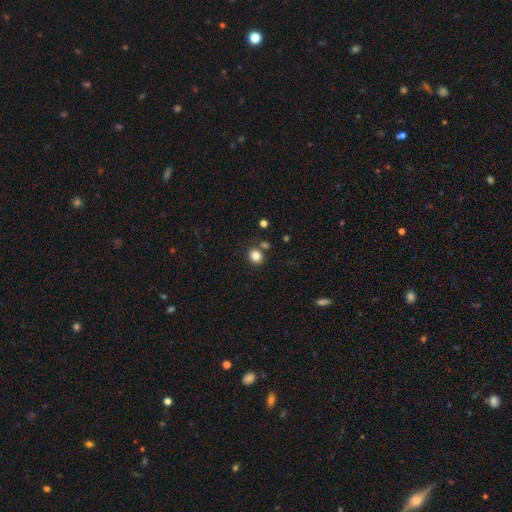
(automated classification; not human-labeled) smooth-or-featured: smooth: 83% | star or artifact: 12% | featured or disk: 5%
  how-rounded: round: 73% | in between: 26% | cigar-shaped: 1%
  merging: none: 78% | merger: 10% | minor disturbance: 9% | major disturbance: 3%